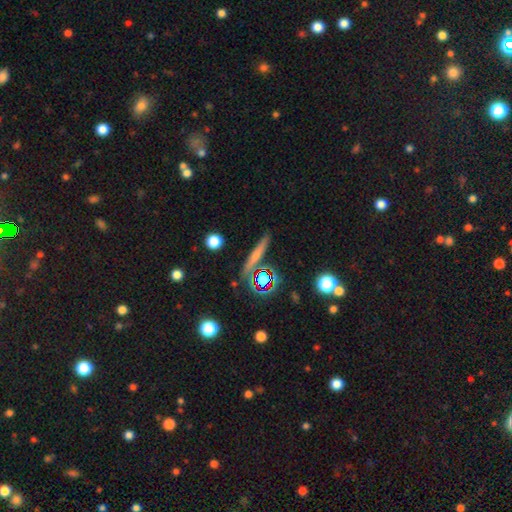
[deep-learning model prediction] Morphology: type=smooth (52%); roundness=cigar-shaped (83%); merging=none (83%).